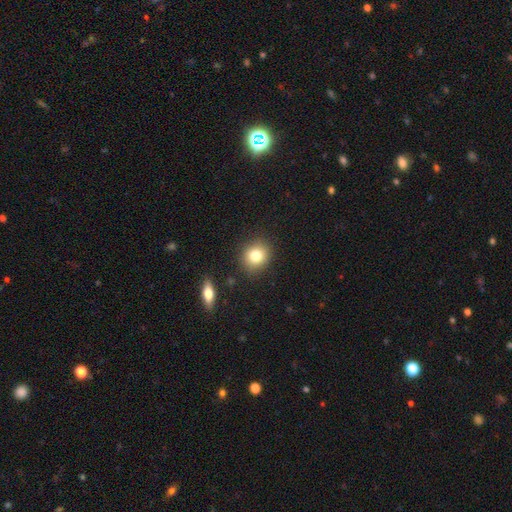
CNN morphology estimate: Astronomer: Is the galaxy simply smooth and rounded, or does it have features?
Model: smooth — 79%.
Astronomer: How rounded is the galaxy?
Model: round — 75%.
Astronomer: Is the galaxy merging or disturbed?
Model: none — 87%.